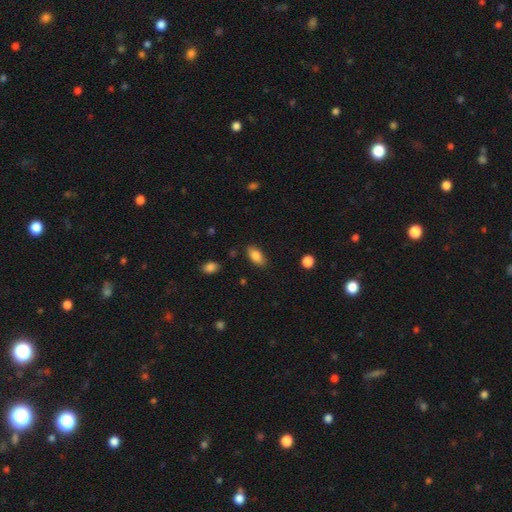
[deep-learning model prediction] The model was most divided on "merging": none: 83%, minor disturbance: 12%, major disturbance: 3%, merger: 2%. More confident: how rounded — in between (90%); smooth or featured — smooth (83%).